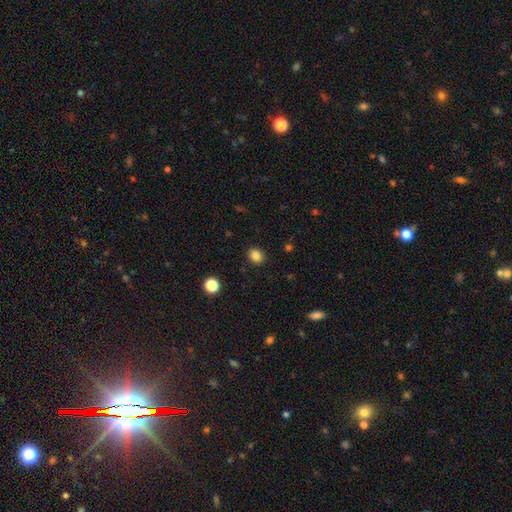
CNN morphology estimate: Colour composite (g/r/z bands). It shows a smooth galaxy with no disk features (85%) that is round (53%). Merging: none (89%).